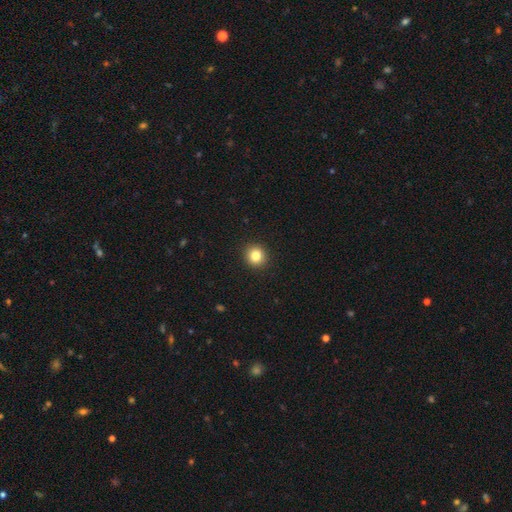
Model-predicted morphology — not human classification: Q: Smooth or featured?
A: smooth (84%); runner-up: star or artifact (10%)
Q: How rounded?
A: round (90%); runner-up: in between (9%)
Q: Merging?
A: none (93%); runner-up: minor disturbance (5%)